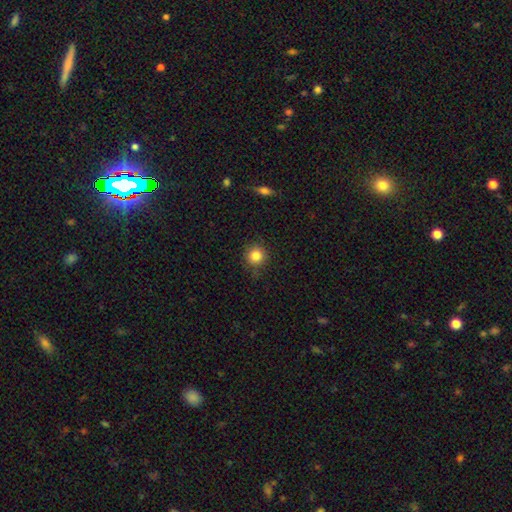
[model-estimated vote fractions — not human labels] Smooth or featured? smooth (84%)
How rounded? round (92%)
Merging? none (83%)